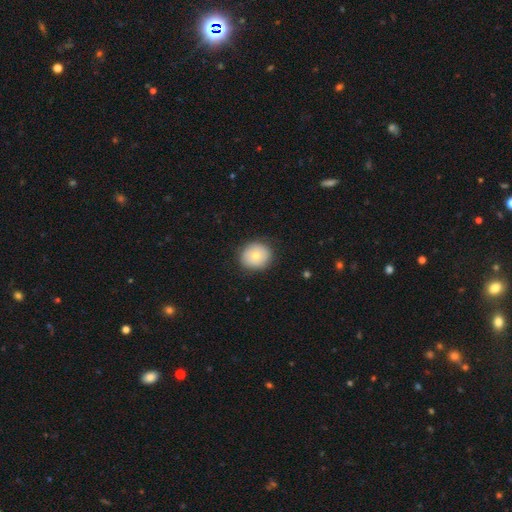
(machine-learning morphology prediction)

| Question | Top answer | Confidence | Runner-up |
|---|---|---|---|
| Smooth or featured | smooth | 73% | featured or disk (19%) |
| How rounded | round | 82% | in between (17%) |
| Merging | none | 85% | minor disturbance (11%) |